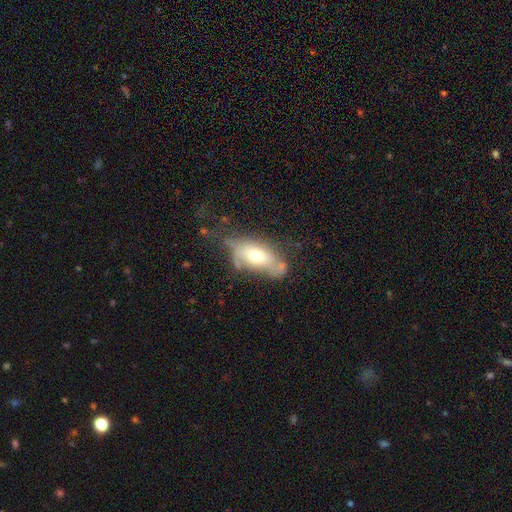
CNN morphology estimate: Smooth or featured: smooth — 56% (featured or disk — 35%)
How rounded: in between — 85% (cigar-shaped — 9%)
Merging: none — 36% (minor disturbance — 28%)